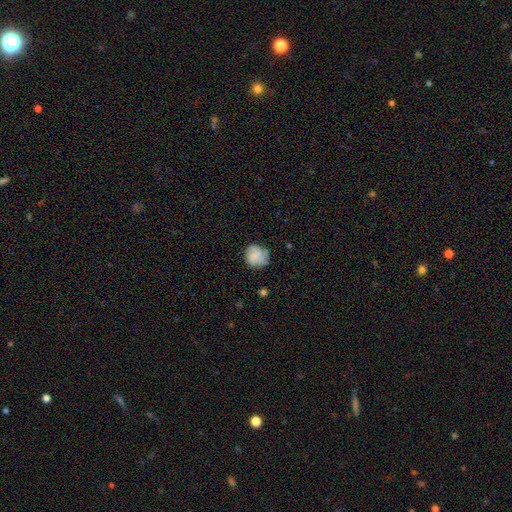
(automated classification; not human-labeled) Smooth or featured? smooth (63%)
How rounded? round (81%)
Merging? none (71%)